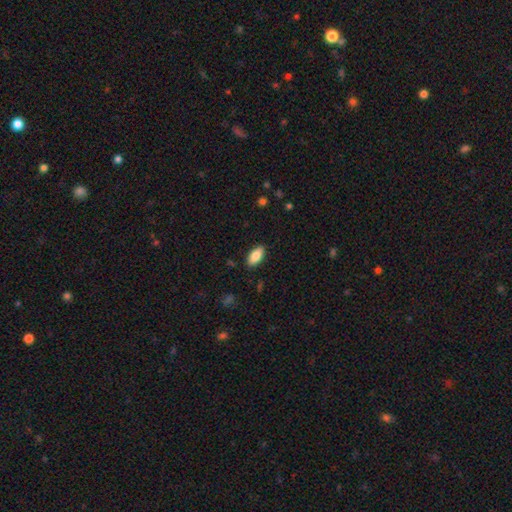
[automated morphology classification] type=smooth (85%); roundness=in between (90%); merging=none (88%).